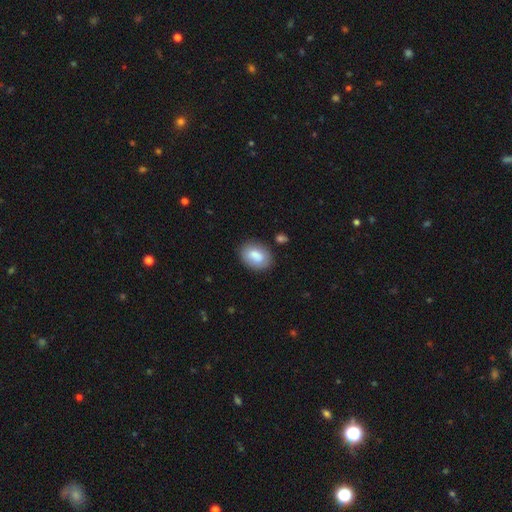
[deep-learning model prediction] Overall: smooth (80%). How rounded: in between (77%). Merging: none (77%).